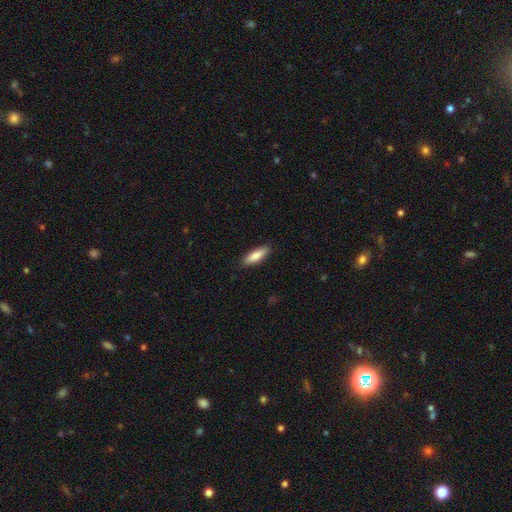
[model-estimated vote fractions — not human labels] Smooth or featured?
  - smooth: 83% *
  - featured or disk: 11%
  - star or artifact: 6%
How rounded?
  - cigar-shaped: 50% *
  - in between: 48%
  - round: 2%
Merging?
  - none: 88% *
  - minor disturbance: 9%
  - major disturbance: 2%
  - merger: 1%